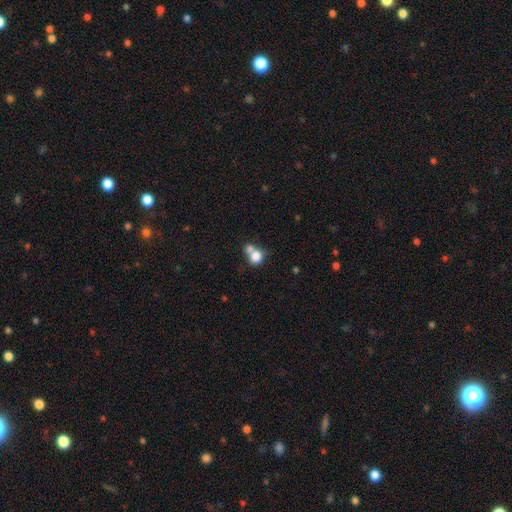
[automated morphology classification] Overall: smooth (78%). How rounded: round (68%; in between 30%). Merging: merger (54%; none 32%).